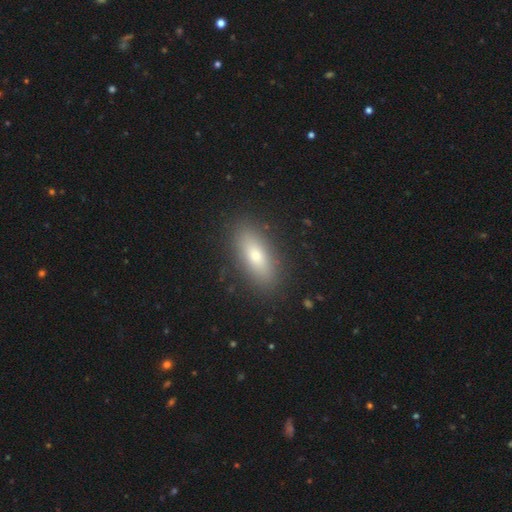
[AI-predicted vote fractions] Smooth or featured: smooth — 74% (featured or disk — 18%)
How rounded: in between — 69% (cigar-shaped — 28%)
Merging: none — 87% (minor disturbance — 9%)